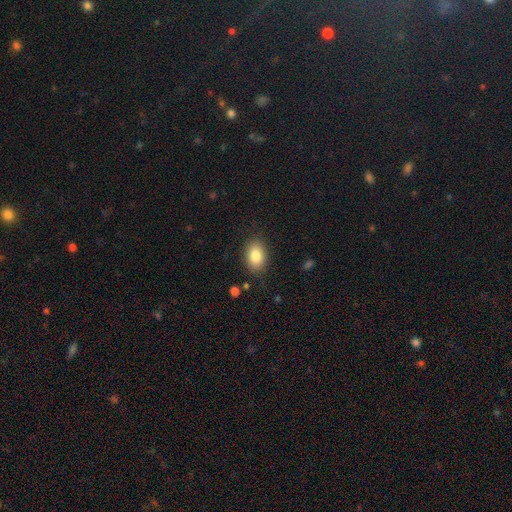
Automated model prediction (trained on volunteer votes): This is clearly a smooth galaxy (84%). How rounded: clearly in between (83%). Merging: clearly none (86%).